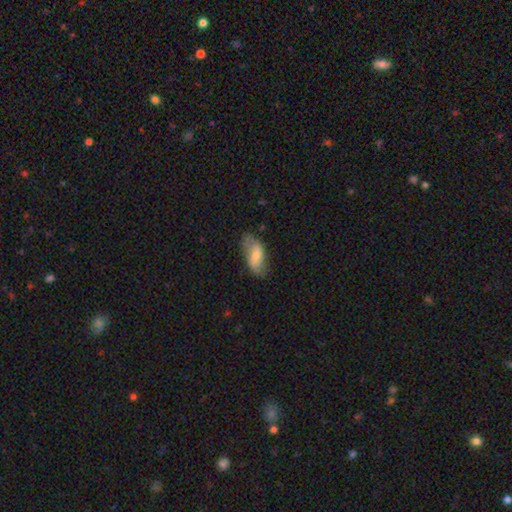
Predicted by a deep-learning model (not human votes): Smooth or featured? Predicted: smooth (p=0.58). How rounded? Predicted: in between (p=0.89). Merging? Predicted: none (p=0.61).